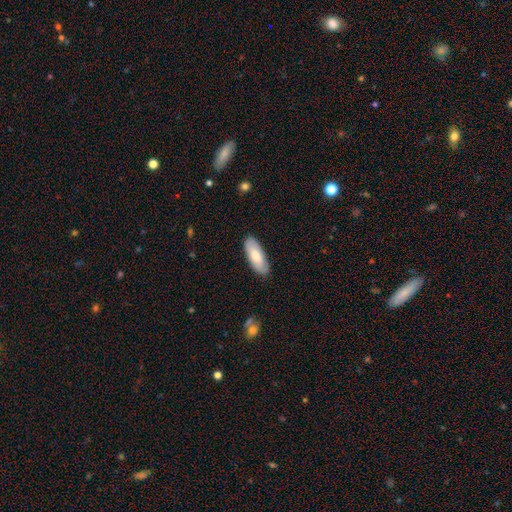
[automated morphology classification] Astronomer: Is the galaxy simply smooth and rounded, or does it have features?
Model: smooth — 73%.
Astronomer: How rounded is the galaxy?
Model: in between — 77%.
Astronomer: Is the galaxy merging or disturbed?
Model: none — 87%.